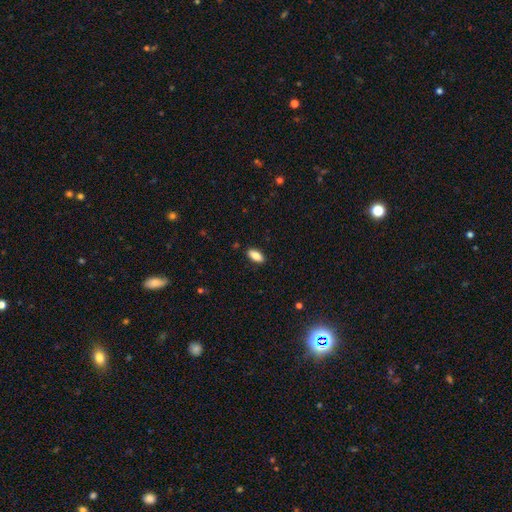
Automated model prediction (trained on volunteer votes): This appears to be a smooth galaxy with no disk features (85%) that is in between round and cigar-shaped (87%). Merging: none (89%).